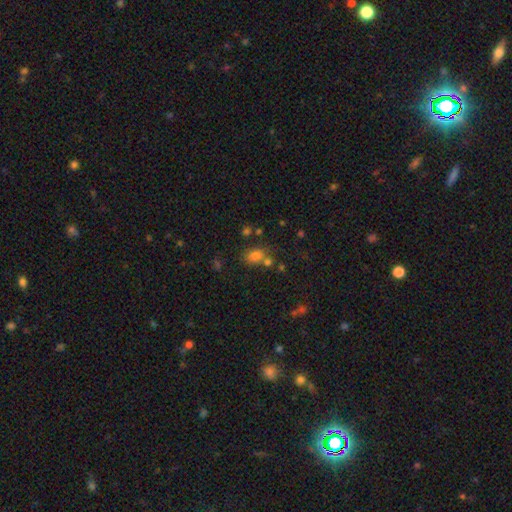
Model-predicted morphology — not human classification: Smooth or featured? smooth (77%)
How rounded? in between (70%)
Merging? none (56%)